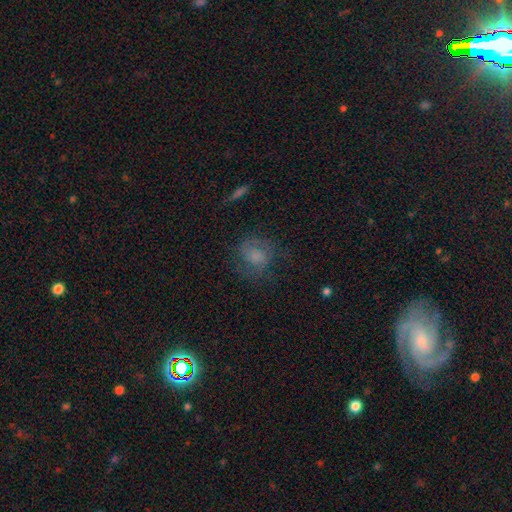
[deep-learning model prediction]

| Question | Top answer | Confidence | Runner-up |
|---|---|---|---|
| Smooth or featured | smooth | 49% | featured or disk (38%) |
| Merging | none | 64% | minor disturbance (19%) |